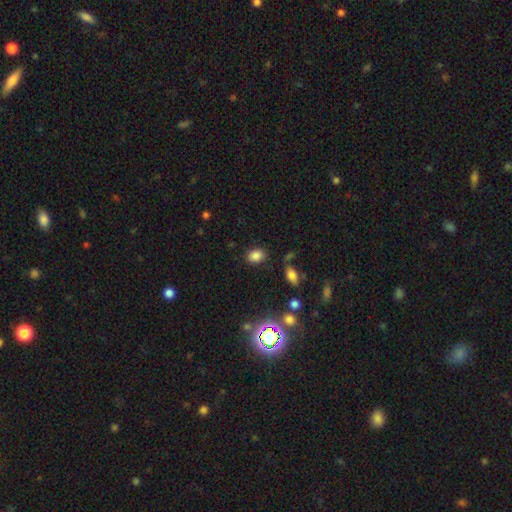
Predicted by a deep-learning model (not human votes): Smooth or featured? Predicted: smooth (p=0.80). How rounded? Predicted: in between (p=0.70). Merging? Predicted: none (p=0.82).